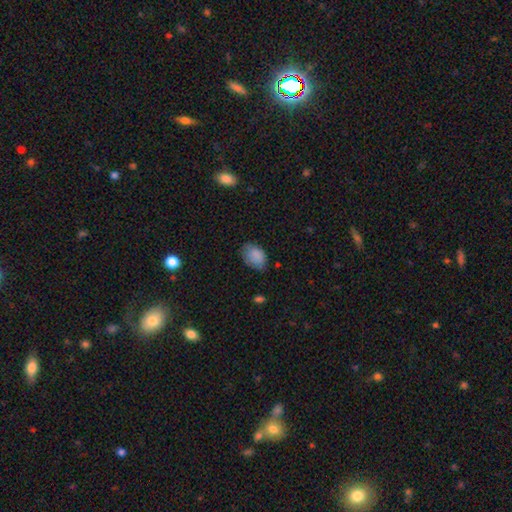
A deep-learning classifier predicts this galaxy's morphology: Smooth or featured? smooth (86%)
How rounded? in between (81%)
Merging? none (66%)